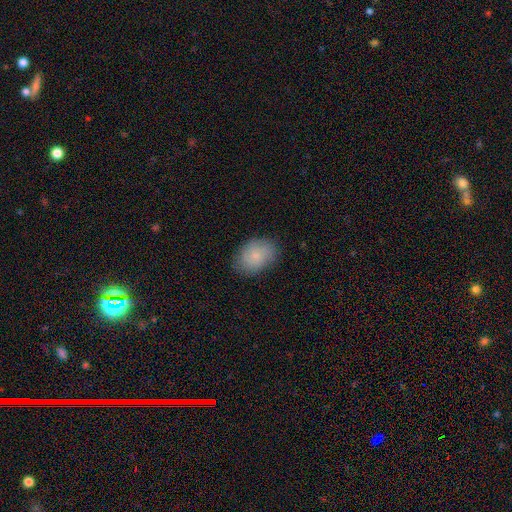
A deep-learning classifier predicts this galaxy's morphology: Overall: smooth (75%). How rounded: in between (78%). Merging: none (79%).